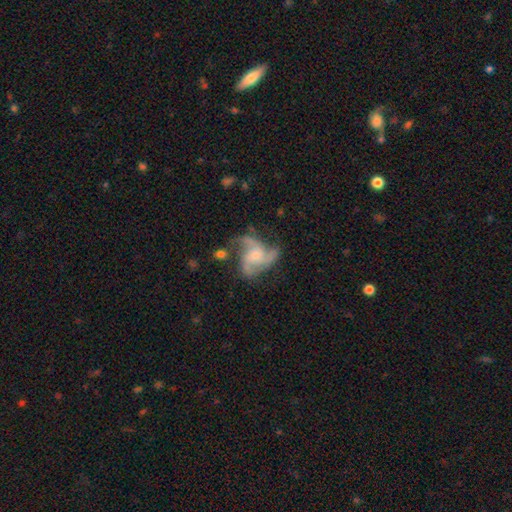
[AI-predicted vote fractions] featured or disk 81%, smooth 11%, star or artifact 7%. Down the decision tree: edge-on disk — no (98%); bar — no (71%); spiral arms — yes (95%); spiral arm count — 3 (63%); spiral winding — medium (51%); bulge size — small (53%); merging — none (55%).